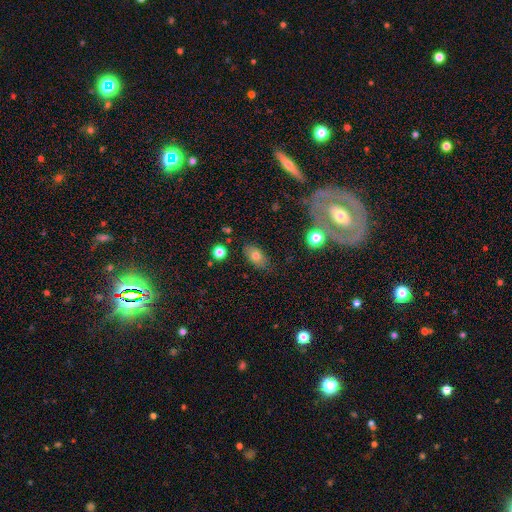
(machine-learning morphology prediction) A smooth galaxy with no disk features (73%) that is in between round and cigar-shaped (85%).

Vote fractions:
- Smooth or featured? smooth: 73% / featured or disk: 17% / star or artifact: 10%
- How rounded? in between: 85% / round: 11% / cigar-shaped: 4%
- Merging? none: 80% / minor disturbance: 14% / major disturbance: 3% / merger: 2%